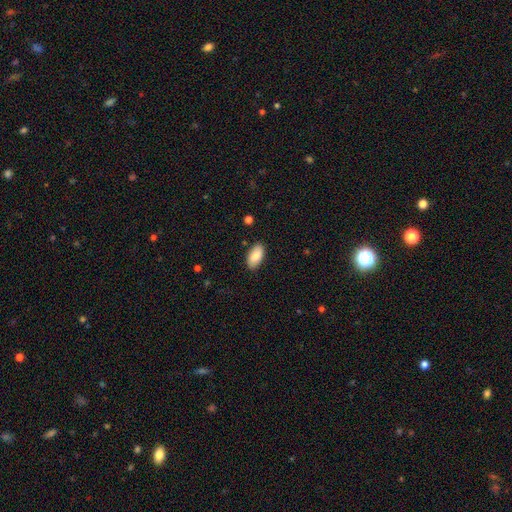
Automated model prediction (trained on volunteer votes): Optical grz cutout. It shows a smooth galaxy with no disk features (84%) that is in between round and cigar-shaped (93%). Merging: none (87%).